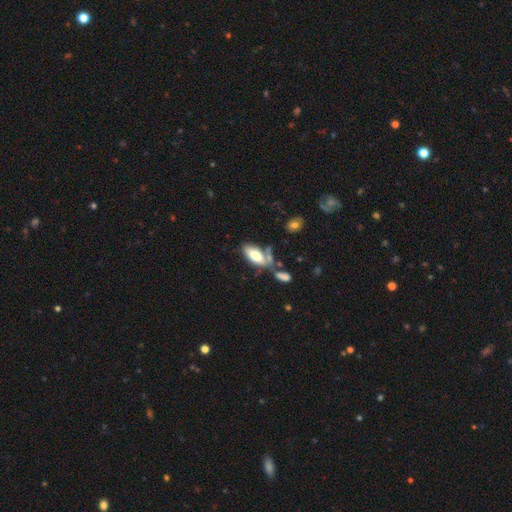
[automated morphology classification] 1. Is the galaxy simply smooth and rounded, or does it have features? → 70% smooth, 23% featured or disk, 7% star or artifact.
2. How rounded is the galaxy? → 87% in between, 11% cigar-shaped, 2% round.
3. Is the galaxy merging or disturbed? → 47% none, 26% merger, 19% minor disturbance, 9% major disturbance.